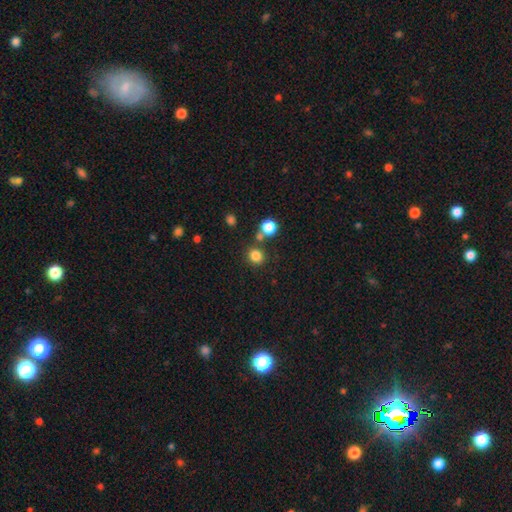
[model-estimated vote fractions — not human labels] smooth-or-featured: smooth: 82% | star or artifact: 14% | featured or disk: 5%
  how-rounded: round: 78% | in between: 21% | cigar-shaped: 1%
  merging: none: 76% | merger: 11% | minor disturbance: 9% | major disturbance: 3%